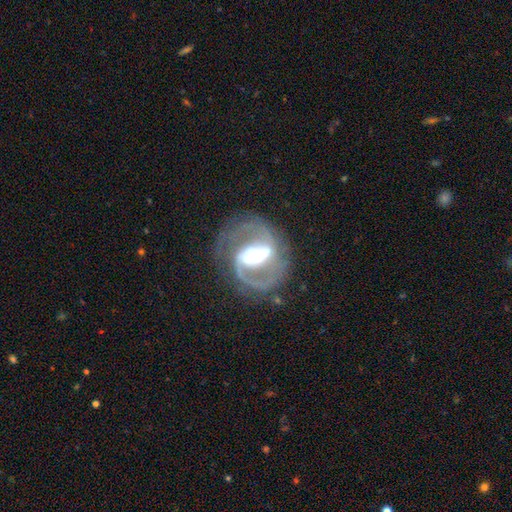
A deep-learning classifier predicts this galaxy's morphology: Smooth or featured?
  - featured or disk: 89% *
  - smooth: 6%
  - star or artifact: 5%
Edge-on disk?
  - no: 97% *
  - yes: 3%
Bar?
  - strong: 43% *
  - weak: 36%
  - no: 21%
Spiral arms?
  - yes: 95% *
  - no: 5%
Spiral winding?
  - medium: 57% *
  - tight: 24%
  - loose: 19%
Spiral arm count?
  - 2: 91% *
  - can't tell: 3%
  - 1: 2%
  - 3: 2%
  - 4: 1%
  - more than 4: 1%
Bulge size?
  - moderate: 64% *
  - large: 20%
  - small: 13%
  - dominant: 2%
  - none: 1%
Merging?
  - none: 74% *
  - minor disturbance: 14%
  - major disturbance: 10%
  - merger: 2%